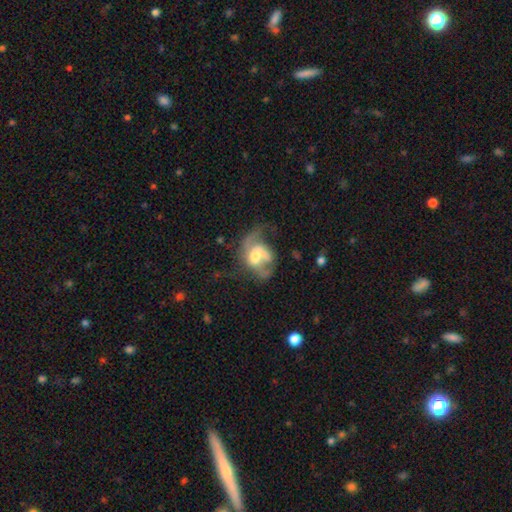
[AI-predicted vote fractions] A featured or disk galaxy (66%) with no bar (63%), spiral arms (74%) and a moderate central bulge (59%).

Vote fractions:
- Smooth or featured? featured or disk: 66% / smooth: 26% / star or artifact: 8%
- Edge-on disk? no: 97% / yes: 3%
- Bar? no: 63% / weak: 30% / strong: 7%
- Spiral arms? yes: 74% / no: 26%
- Bulge size? moderate: 59% / large: 18% / small: 17% / none: 5% / dominant: 2%
- Merging? major disturbance: 44% / none: 27% / minor disturbance: 20% / merger: 8%